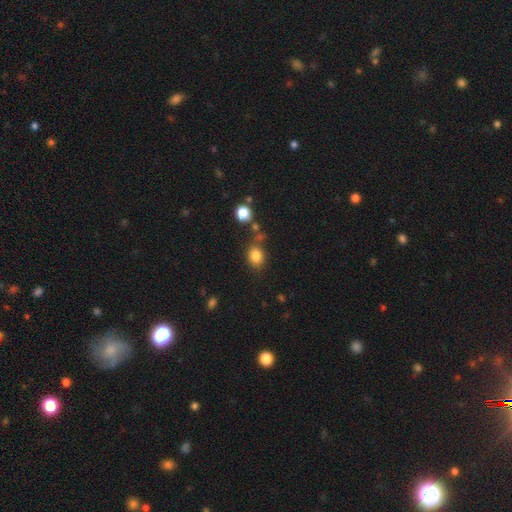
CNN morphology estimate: Smooth or featured? smooth (83%)
How rounded? round (54%)
Merging? none (72%)